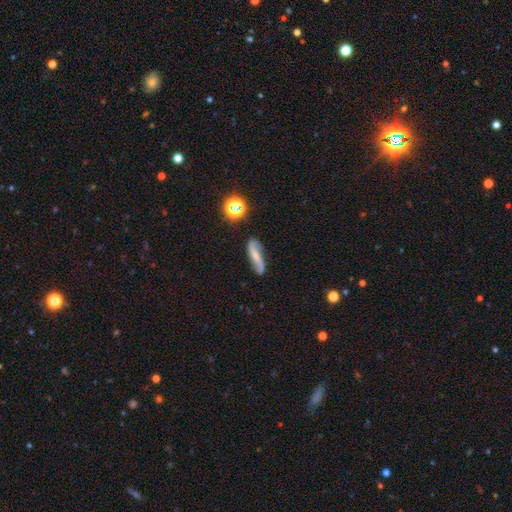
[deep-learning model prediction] Morphology: type=featured or disk (65%); edge-on=no (86%); bar=no (36%); spiral arms=yes (92%); winding=loose (78%); arm count=2 (90%); bulge=small (37%, tied with none); merging=none (73%).